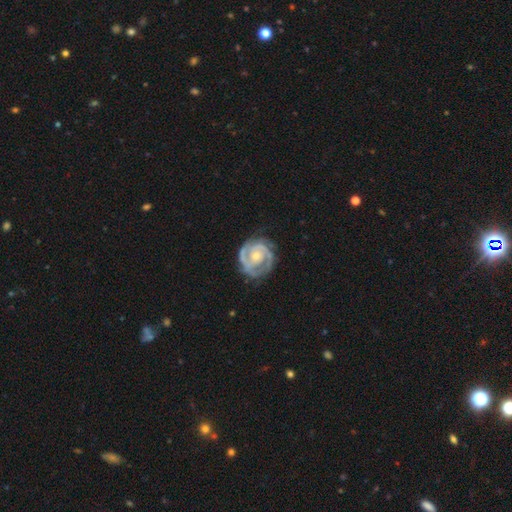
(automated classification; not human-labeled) smooth-or-featured: featured or disk: 87% | smooth: 9% | star or artifact: 4%
  disk-edge-on: no: 98% | yes: 2%
    bar: no: 72% | weak: 22% | strong: 6%
    has-spiral-arms: yes: 94% | no: 6%
      spiral-winding: tight: 67% | medium: 27% | loose: 6%
      spiral-arm-count: 2: 57% | can't tell: 15% | 3: 15% | 1: 5% | 4: 4% | more than 4: 3%
    bulge-size: small: 52% | moderate: 42% | large: 2% | none: 2% | dominant: 1%
  merging: none: 70% | minor disturbance: 19% | major disturbance: 9% | merger: 1%